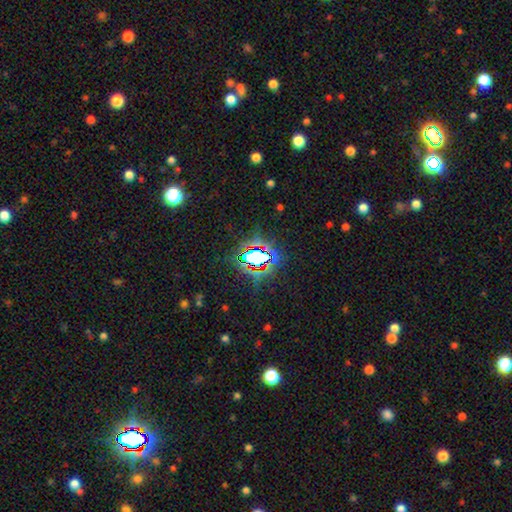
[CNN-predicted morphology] This is likely a star or artifact rather than a galaxy (73%).